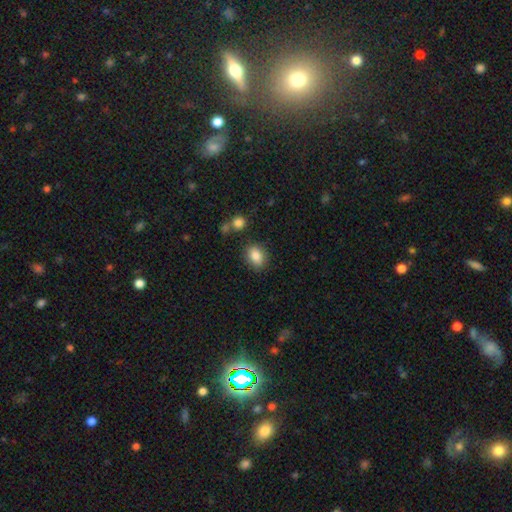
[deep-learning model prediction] The model was most divided on "how rounded": in between: 64%, round: 34%, cigar-shaped: 1%. More confident: smooth or featured — smooth (86%); merging — none (83%).